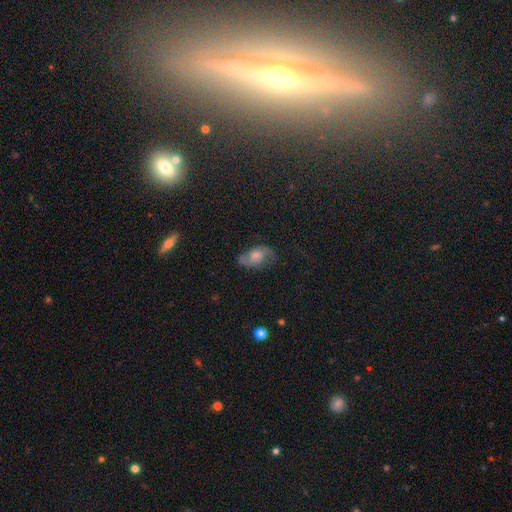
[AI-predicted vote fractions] This appears to be a featured or disk galaxy (63%) with no bar (65%), 2 (88%) medium (44%) spiral arms (89%) and a moderate central bulge (56%). Merging: none (71%).